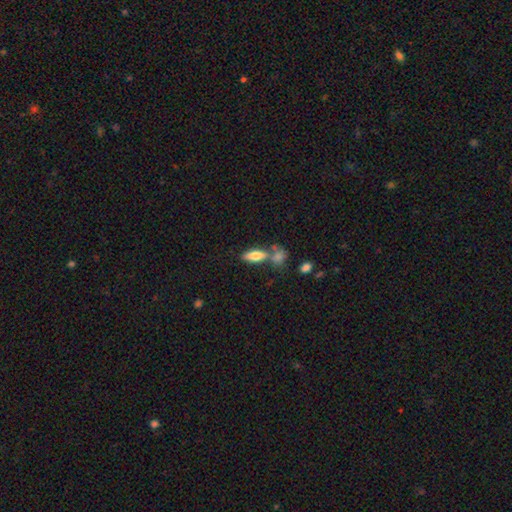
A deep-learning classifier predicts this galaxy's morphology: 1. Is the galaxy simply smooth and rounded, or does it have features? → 75% smooth, 18% featured or disk, 7% star or artifact.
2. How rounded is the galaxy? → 71% in between, 26% cigar-shaped, 3% round.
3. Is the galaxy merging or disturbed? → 54% none, 28% merger, 13% minor disturbance, 5% major disturbance.